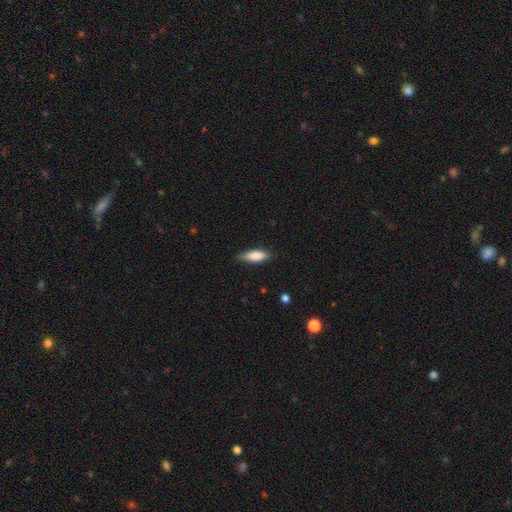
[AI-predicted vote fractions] Morphology: type=smooth (84%); roundness=in between (70%); merging=none (78%).